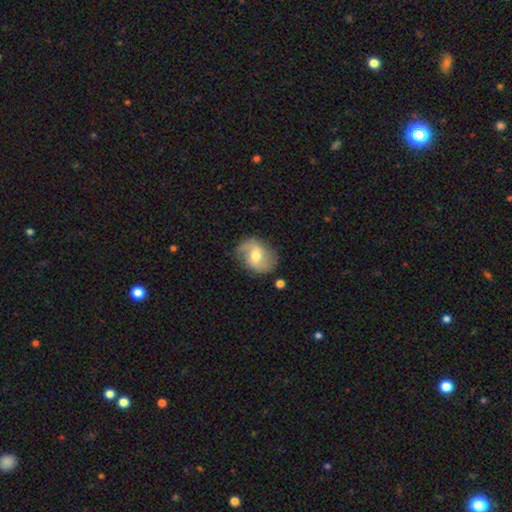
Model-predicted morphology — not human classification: Smooth or featured?
  - featured or disk: 49% *
  - smooth: 44%
  - star or artifact: 7%
Merging?
  - none: 70% *
  - minor disturbance: 21%
  - major disturbance: 7%
  - merger: 2%